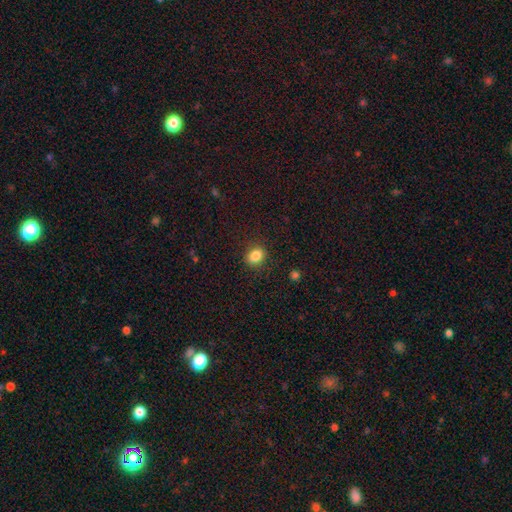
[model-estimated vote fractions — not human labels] Smooth or featured?
  - smooth: 86% *
  - star or artifact: 10%
  - featured or disk: 5%
How rounded?
  - in between: 60% *
  - round: 39%
  - cigar-shaped: 1%
Merging?
  - none: 86% *
  - minor disturbance: 10%
  - major disturbance: 3%
  - merger: 1%